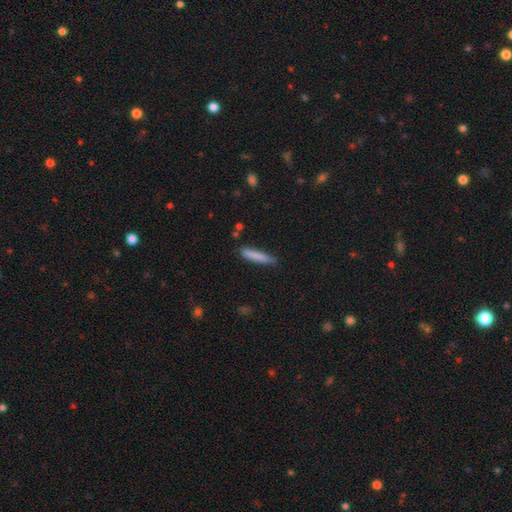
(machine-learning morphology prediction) Overall: smooth (81%). How rounded: cigar-shaped (91%). Merging: none (79%).